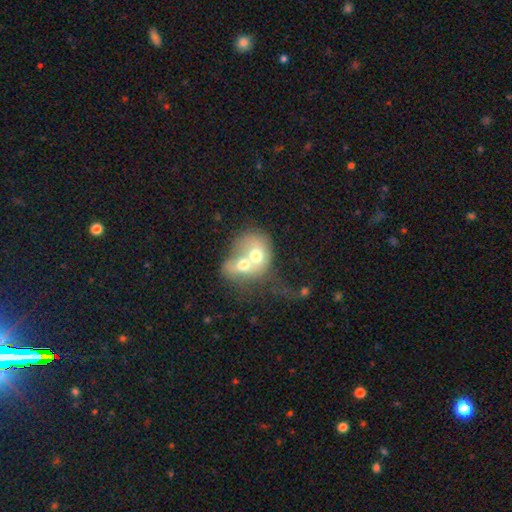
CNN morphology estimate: Overall: smooth (56%; featured or disk 36%). How rounded: round (52%; in between 47%). Merging: merger (80%).